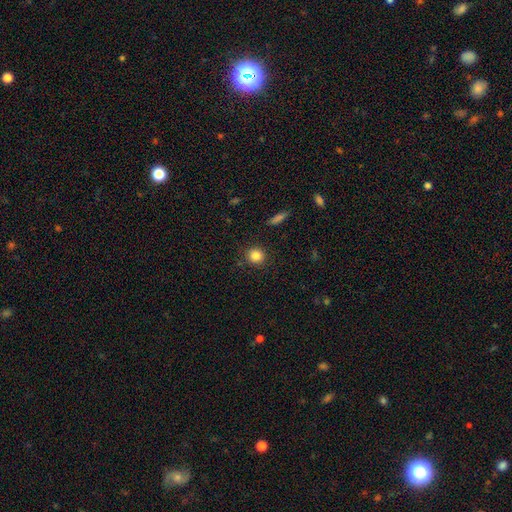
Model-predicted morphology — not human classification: Smooth or featured? Predicted: smooth (p=0.85). How rounded? Predicted: round (p=0.90). Merging? Predicted: none (p=0.89).